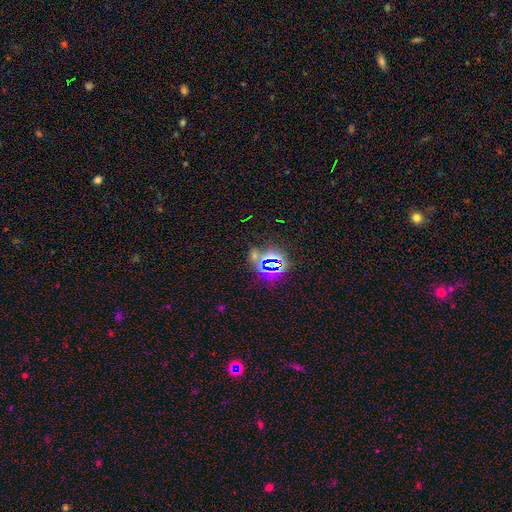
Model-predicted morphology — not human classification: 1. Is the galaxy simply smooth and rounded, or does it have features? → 75% star or artifact, 16% smooth, 9% featured or disk.